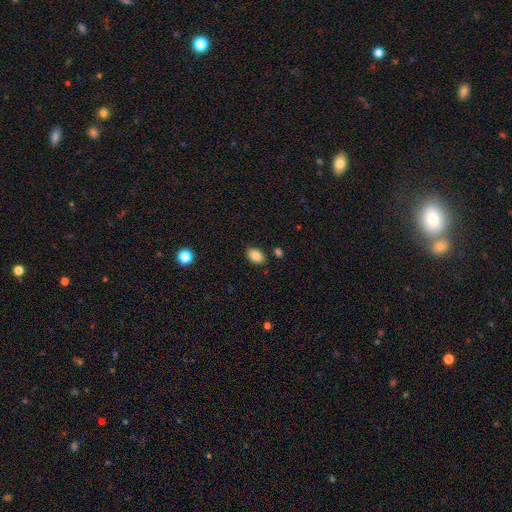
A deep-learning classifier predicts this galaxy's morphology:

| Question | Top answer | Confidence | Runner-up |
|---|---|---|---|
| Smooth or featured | smooth | 85% | star or artifact (9%) |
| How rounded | in between | 85% | round (14%) |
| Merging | none | 85% | minor disturbance (10%) |